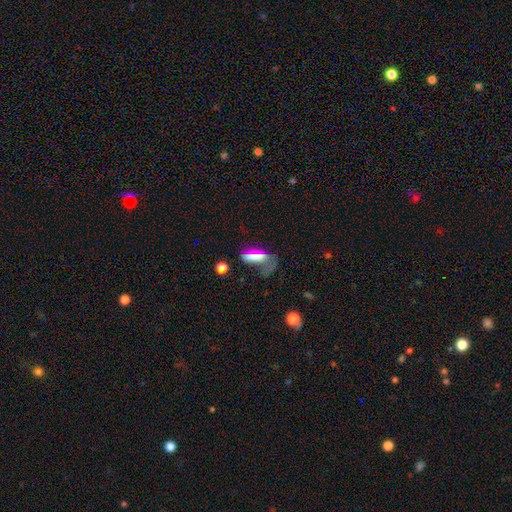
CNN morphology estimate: smooth-or-featured: smooth: 59% | featured or disk: 27% | star or artifact: 14%
  how-rounded: in between: 47% | cigar-shaped: 44% | round: 8%
  merging: major disturbance: 36% | none: 35% | minor disturbance: 23% | merger: 7%